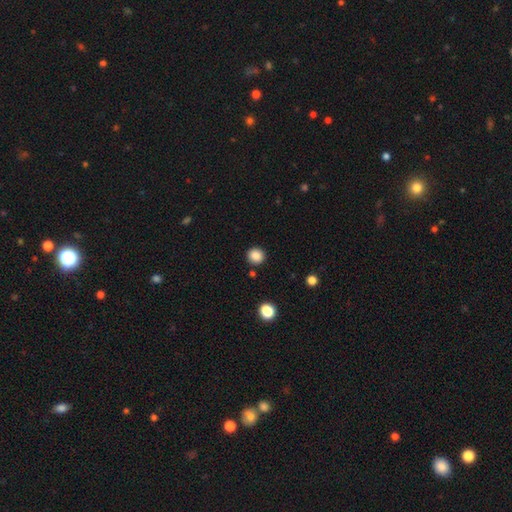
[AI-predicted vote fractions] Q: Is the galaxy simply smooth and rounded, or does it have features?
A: smooth — 87%.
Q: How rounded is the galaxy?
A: round — 88%.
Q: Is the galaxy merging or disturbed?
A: none — 89%.